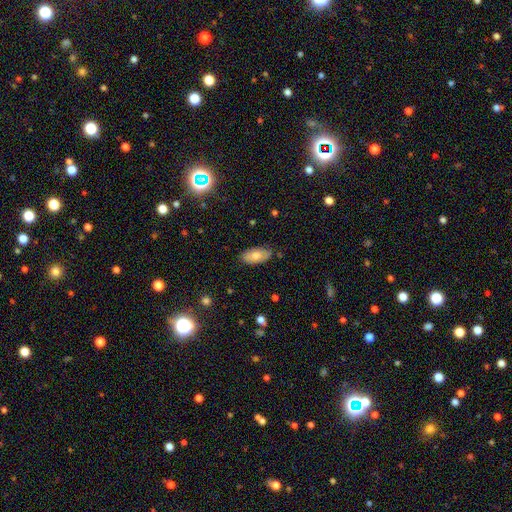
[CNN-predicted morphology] Smooth or featured? smooth (72%)
How rounded? in between (93%)
Merging? none (81%)